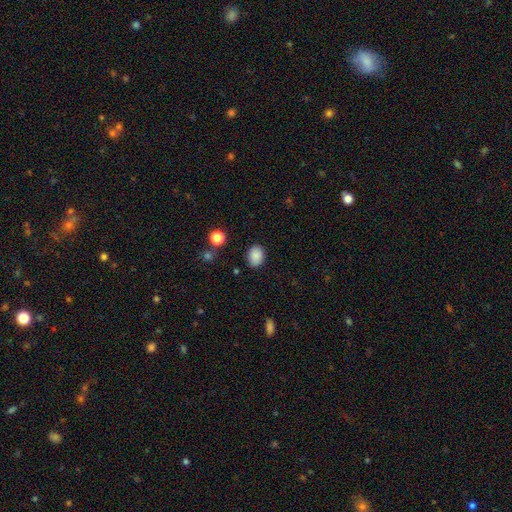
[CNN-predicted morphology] smooth_or_featured: smooth (p=0.87) [alt: star or artifact p=0.09]
how_rounded: in between (p=0.66) [alt: round p=0.33]
merging: none (p=0.82) [alt: minor disturbance p=0.13]